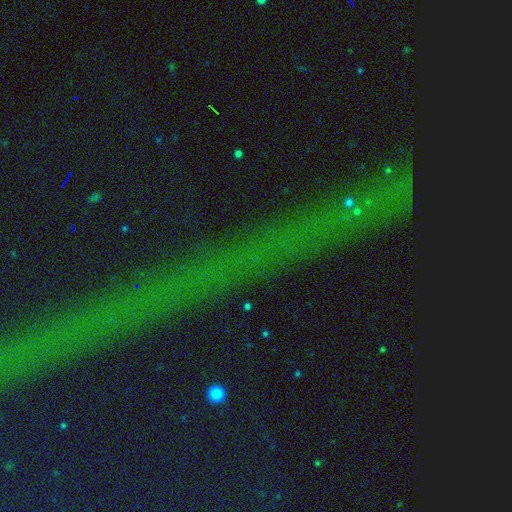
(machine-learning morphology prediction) This appears to be a star or artifact, not a galaxy (81%).